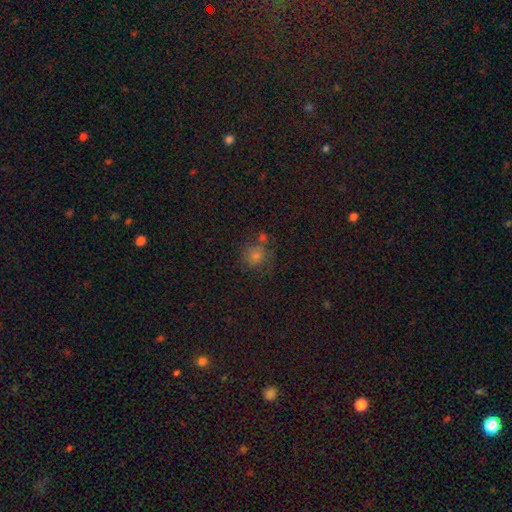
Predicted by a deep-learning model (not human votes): Smooth or featured? Predicted: smooth (p=0.64). How rounded? Predicted: round (p=0.86). Merging? Predicted: none (p=0.65).